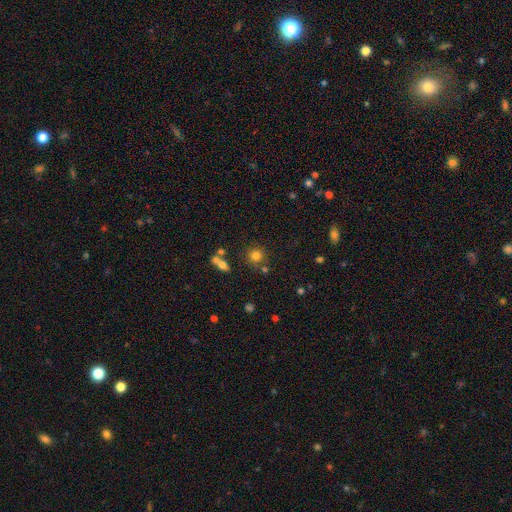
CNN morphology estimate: This is likely a smooth galaxy (78%). How rounded: clearly round (90%). Merging: likely none (75%).